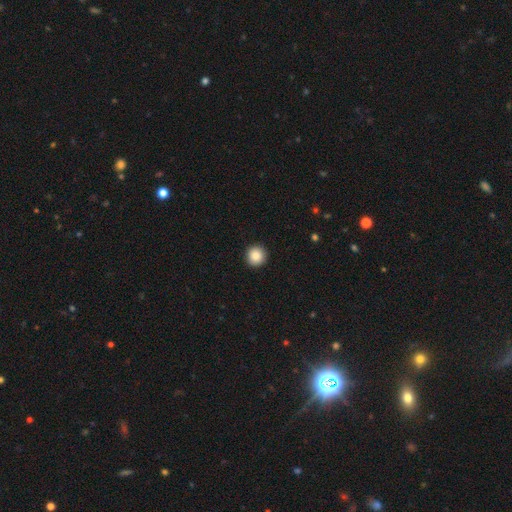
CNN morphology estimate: type=smooth (88%); roundness=round (95%); merging=none (93%).